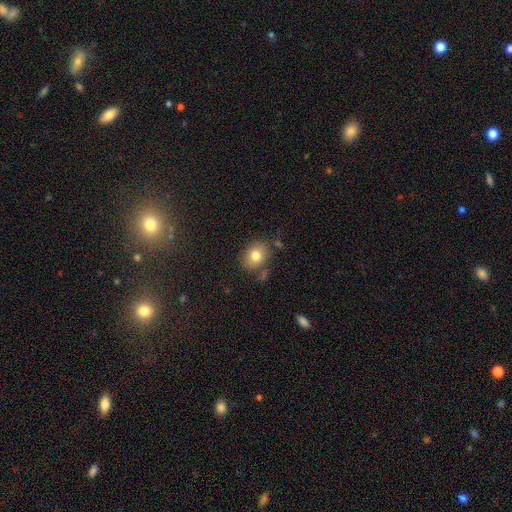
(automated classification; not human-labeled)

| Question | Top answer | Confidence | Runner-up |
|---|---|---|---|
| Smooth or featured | smooth | 78% | featured or disk (12%) |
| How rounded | in between | 53% | round (46%) |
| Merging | none | 72% | minor disturbance (16%) |